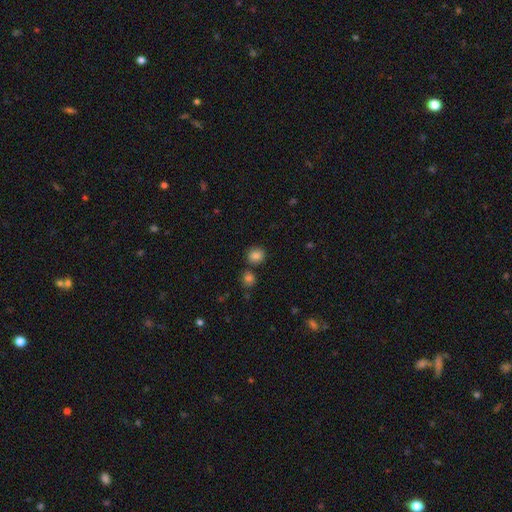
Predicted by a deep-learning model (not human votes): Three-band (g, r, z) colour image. It shows a smooth galaxy with no disk features (84%) that is round (79%). Merging: none (79%).